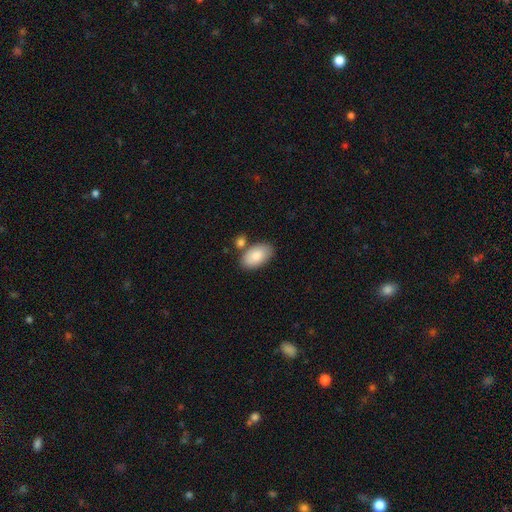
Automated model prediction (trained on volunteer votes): Morphology: type=smooth (85%); roundness=in between (95%); merging=none (71%).